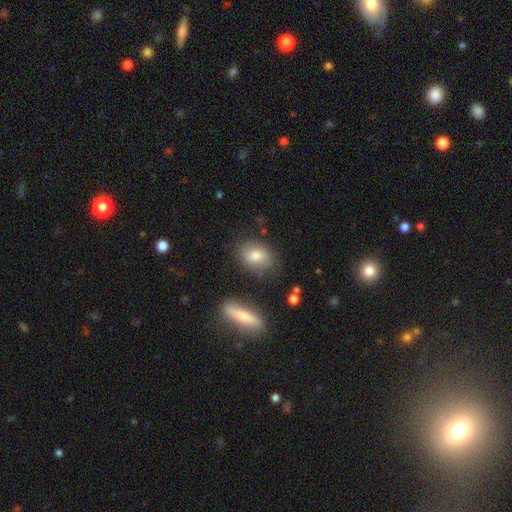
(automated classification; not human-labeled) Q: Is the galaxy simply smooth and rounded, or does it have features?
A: smooth — 74%.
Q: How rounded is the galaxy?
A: in between — 70%.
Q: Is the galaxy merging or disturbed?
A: none — 76%.